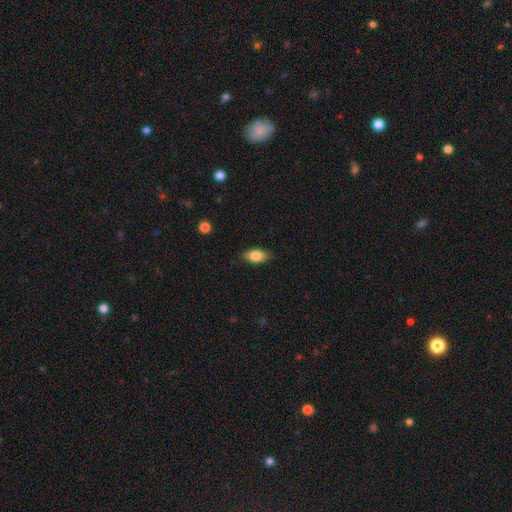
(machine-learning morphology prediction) The model was most divided on "merging": none: 85%, minor disturbance: 12%, major disturbance: 3%, merger: 1%. More confident: how rounded — in between (89%); smooth or featured — smooth (83%).